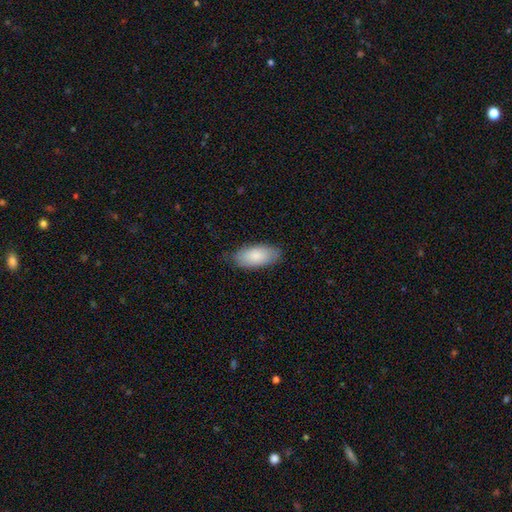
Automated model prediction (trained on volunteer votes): Smooth or featured? Predicted: smooth (p=0.82). How rounded? Predicted: in between (p=0.91). Merging? Predicted: none (p=0.79).